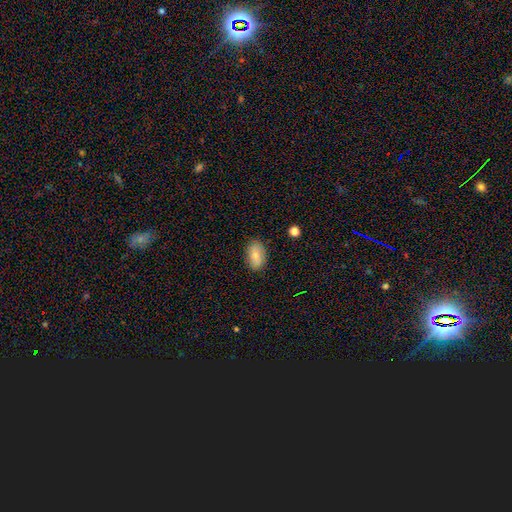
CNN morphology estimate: Q: Smooth or featured?
A: smooth (77%); runner-up: featured or disk (15%)
Q: How rounded?
A: in between (92%); runner-up: round (6%)
Q: Merging?
A: none (85%); runner-up: minor disturbance (11%)